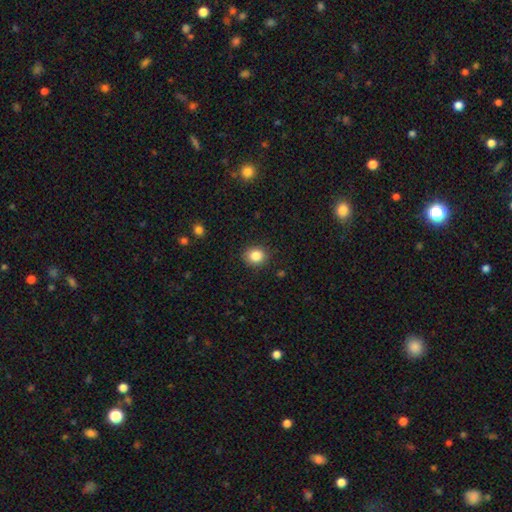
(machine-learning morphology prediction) smooth-or-featured: smooth: 85% | star or artifact: 10% | featured or disk: 5%
  how-rounded: round: 74% | in between: 26% | cigar-shaped: 1%
  merging: none: 87% | minor disturbance: 9% | major disturbance: 2% | merger: 1%